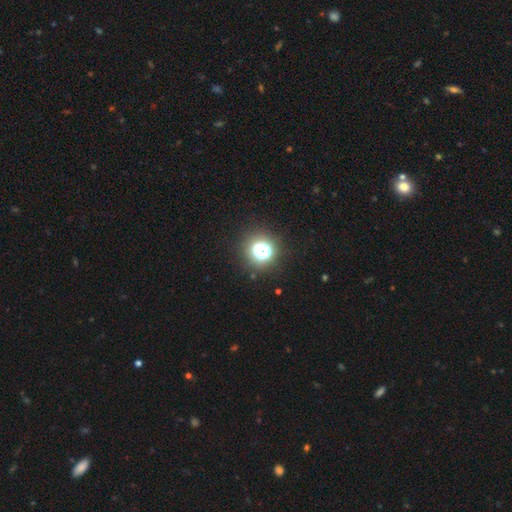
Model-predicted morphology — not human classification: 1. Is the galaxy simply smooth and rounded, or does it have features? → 62% star or artifact, 30% smooth, 8% featured or disk.